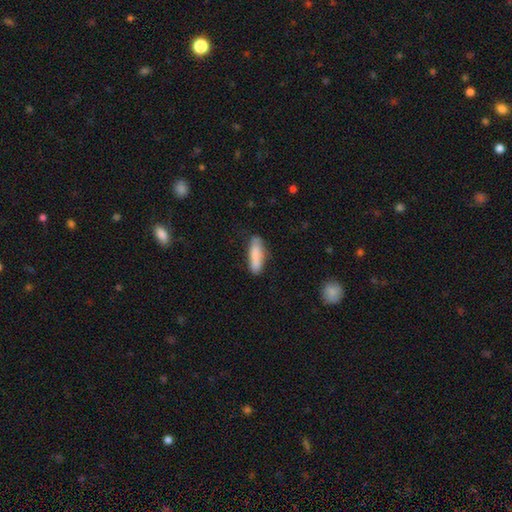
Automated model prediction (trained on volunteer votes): A smooth galaxy with no disk features (84%) that is cigar-shaped (50%). Merging: none (71%).